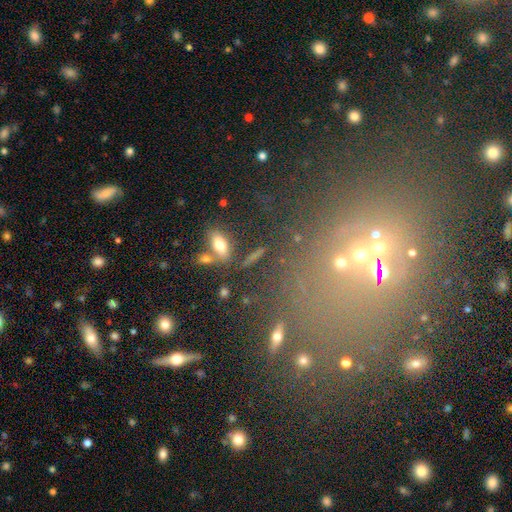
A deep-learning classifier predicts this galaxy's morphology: A smooth galaxy with no disk features (51%) that is in between round and cigar-shaped (64%). Merging: none (78%).